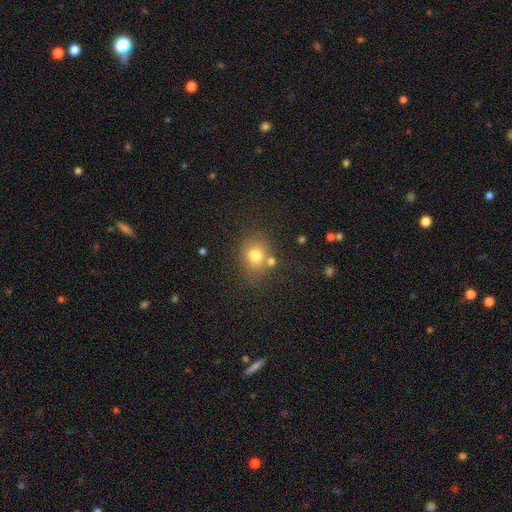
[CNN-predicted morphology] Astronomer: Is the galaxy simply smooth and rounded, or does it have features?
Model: smooth — 75%.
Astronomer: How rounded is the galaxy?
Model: round — 64%.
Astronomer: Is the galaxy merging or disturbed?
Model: none — 62%.